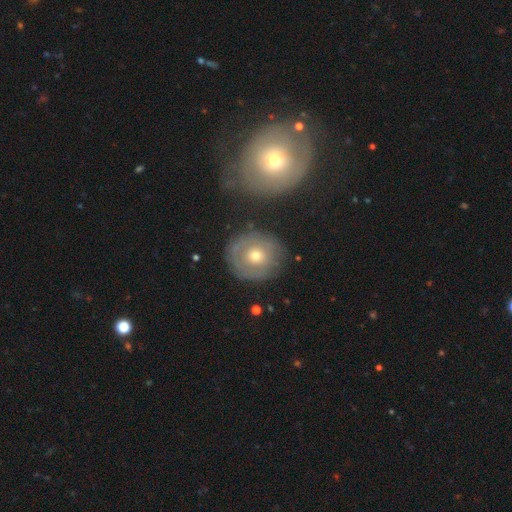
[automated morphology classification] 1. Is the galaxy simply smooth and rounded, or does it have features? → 51% featured or disk, 42% smooth, 7% star or artifact.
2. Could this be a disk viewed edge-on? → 95% no, 5% yes.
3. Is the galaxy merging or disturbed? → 75% none, 15% minor disturbance, 6% major disturbance, 4% merger.